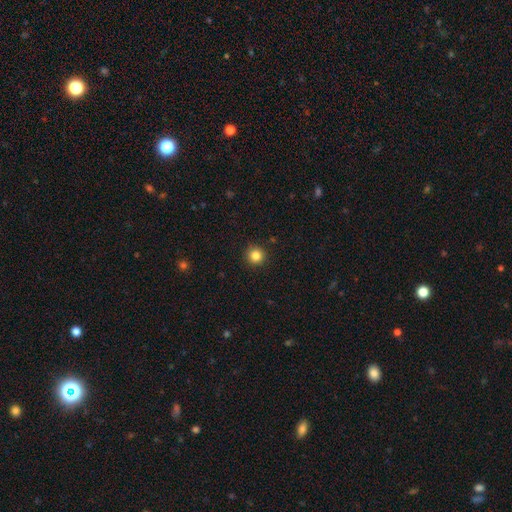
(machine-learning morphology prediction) smooth 84%, star or artifact 11%, featured or disk 5%. Down the decision tree: how rounded — round (95%); merging — none (92%).